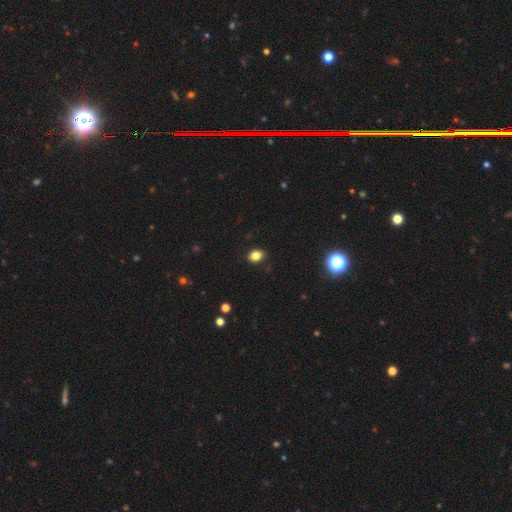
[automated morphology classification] This appears to be a smooth galaxy with no disk features (83%) that is in between round and cigar-shaped (58%). Merging: none (88%).